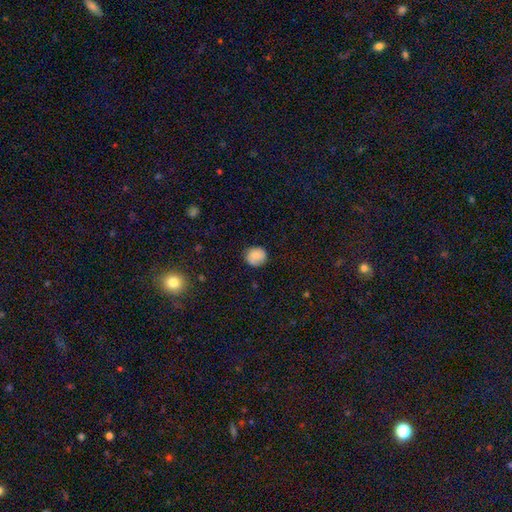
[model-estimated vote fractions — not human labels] This is clearly a smooth galaxy (81%). How rounded: clearly round (86%). Merging: clearly none (81%).